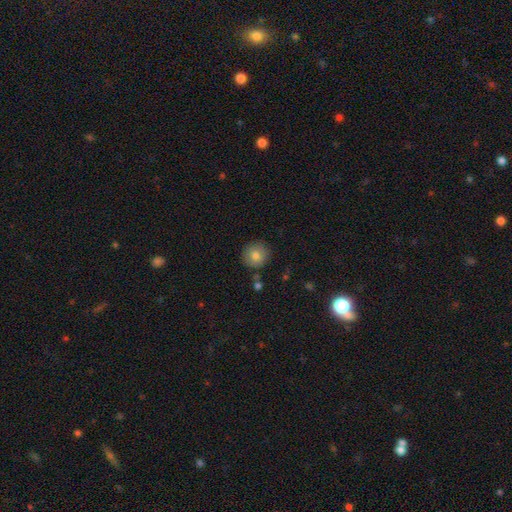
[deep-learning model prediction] Smooth or featured: smooth — 80% (featured or disk — 11%)
How rounded: round — 92% (in between — 7%)
Merging: none — 85% (minor disturbance — 10%)